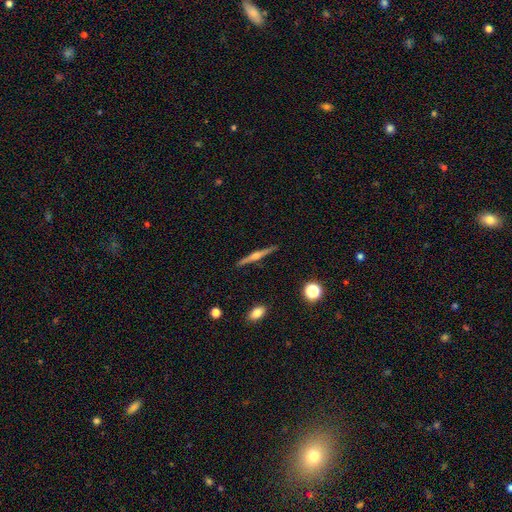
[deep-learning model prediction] Smooth or featured: featured or disk — 78% (smooth — 15%)
Edge-on disk: yes — 98% (no — 2%)
Edge-on bulge: rounded — 87% (boxy — 7%)
Merging: none — 91% (minor disturbance — 6%)